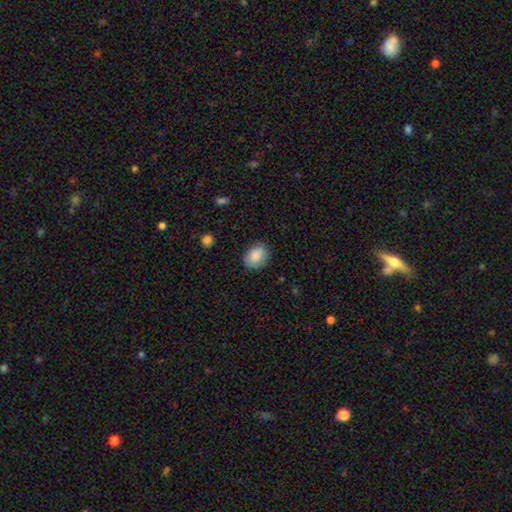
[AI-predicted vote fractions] Q: Smooth or featured?
A: smooth (86%); runner-up: star or artifact (7%)
Q: How rounded?
A: in between (63%); runner-up: round (36%)
Q: Merging?
A: none (83%); runner-up: minor disturbance (13%)